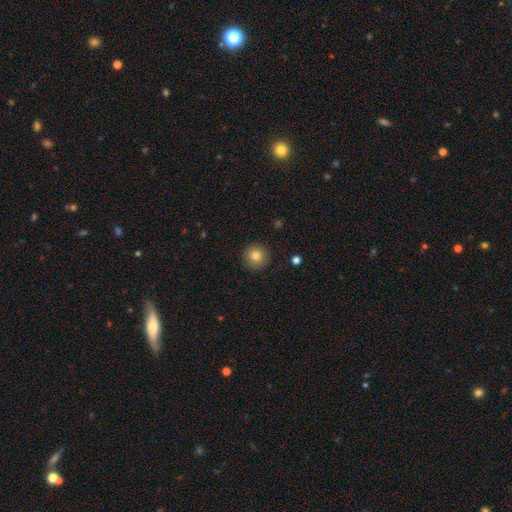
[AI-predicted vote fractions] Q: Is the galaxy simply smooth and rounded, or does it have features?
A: smooth — 82%.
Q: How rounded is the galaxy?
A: round — 95%.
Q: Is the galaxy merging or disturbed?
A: none — 91%.